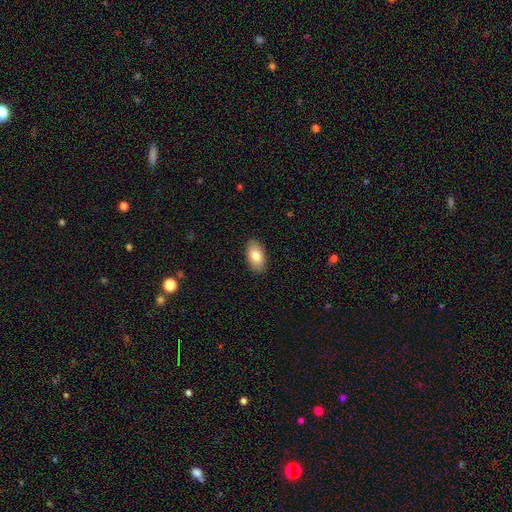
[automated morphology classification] Overall: smooth (82%). How rounded: in between (94%). Merging: none (89%).